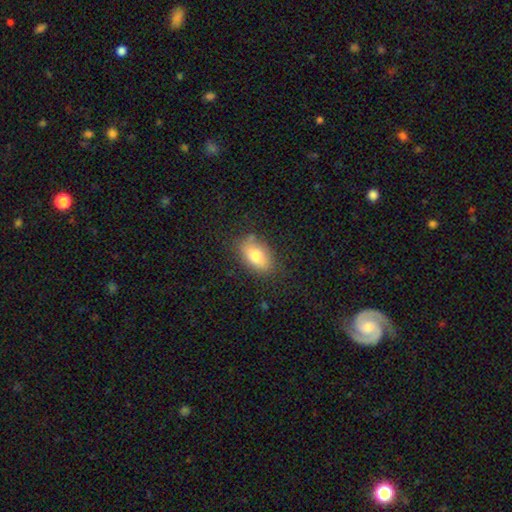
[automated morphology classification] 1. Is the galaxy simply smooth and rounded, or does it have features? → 77% smooth, 15% featured or disk, 8% star or artifact.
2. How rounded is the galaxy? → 89% in between, 8% round, 3% cigar-shaped.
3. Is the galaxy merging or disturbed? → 77% none, 16% minor disturbance, 4% major disturbance, 2% merger.